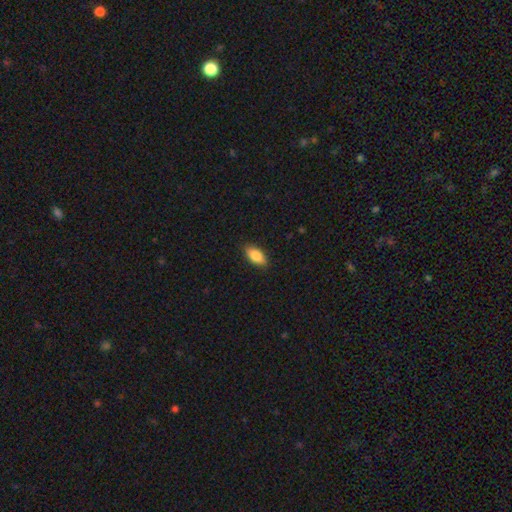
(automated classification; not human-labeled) A smooth galaxy with no disk features (82%) that is in between round and cigar-shaped (88%). Merging: none (88%).